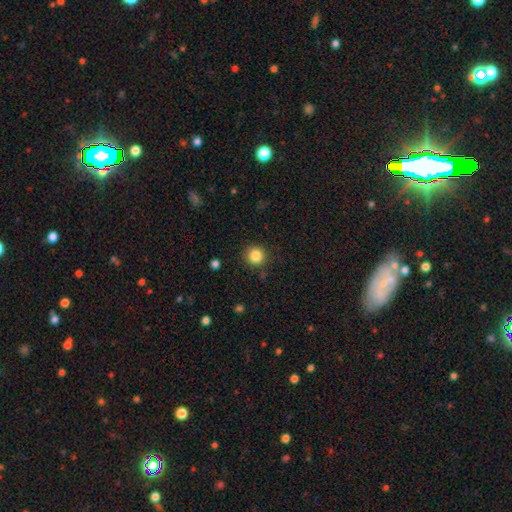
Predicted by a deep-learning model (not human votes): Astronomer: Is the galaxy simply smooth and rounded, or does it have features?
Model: smooth — 85%.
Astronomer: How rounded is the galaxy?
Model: round — 93%.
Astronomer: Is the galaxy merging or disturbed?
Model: none — 88%.